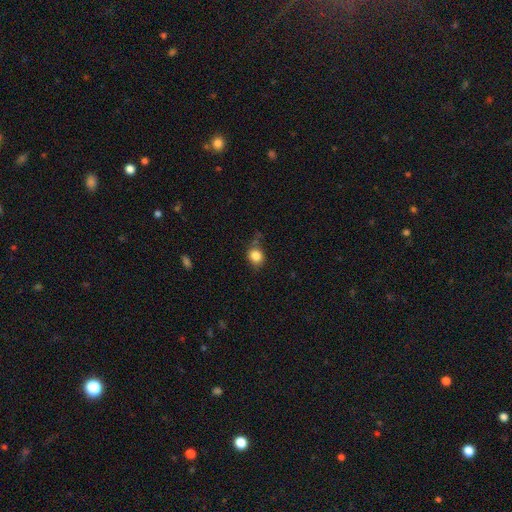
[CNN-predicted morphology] A smooth galaxy with no disk features (84%) that is round (70%). Merging: none (66%).